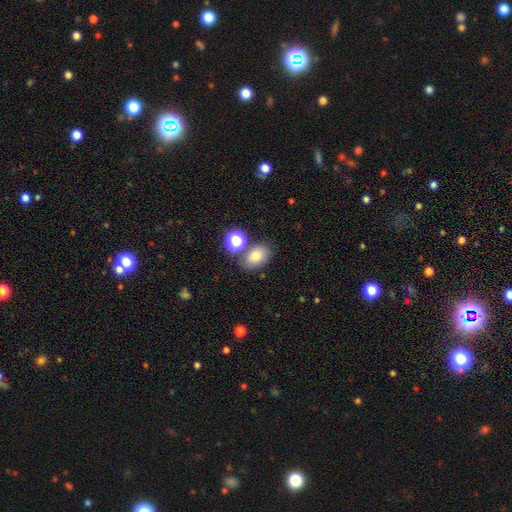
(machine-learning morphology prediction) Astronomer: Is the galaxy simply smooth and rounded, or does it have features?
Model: smooth — 77%.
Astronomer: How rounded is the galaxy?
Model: in between — 78%.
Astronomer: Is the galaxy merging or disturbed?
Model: none — 72%.